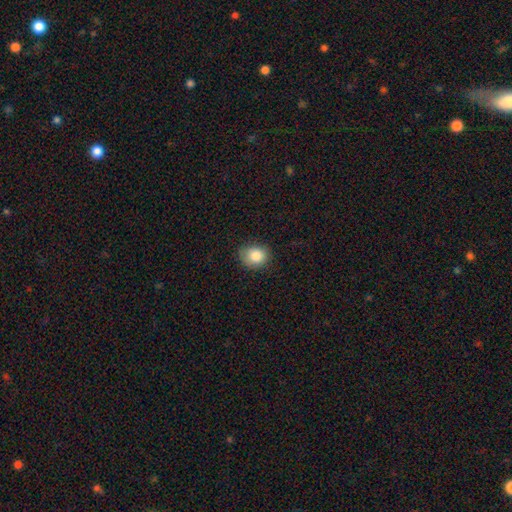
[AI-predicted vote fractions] Smooth or featured? Predicted: smooth (p=0.84). How rounded? Predicted: round (p=0.63). Merging? Predicted: none (p=0.76).